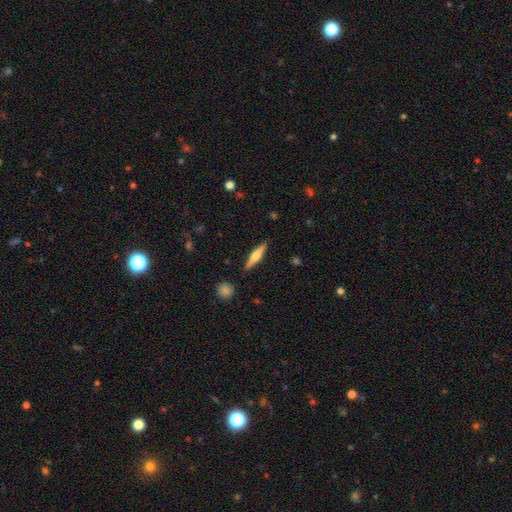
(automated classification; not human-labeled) Overall: featured or disk (56%; smooth 39%). Edge-on disk: yes (96%). Edge-on bulge: rounded (87%). Merging: none (89%).